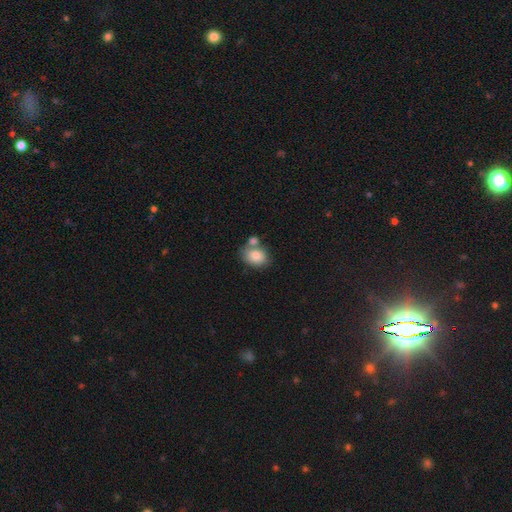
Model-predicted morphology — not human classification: This appears to be a smooth galaxy with no disk features (83%) that is in between round and cigar-shaped (60%). Merging: none (48%).